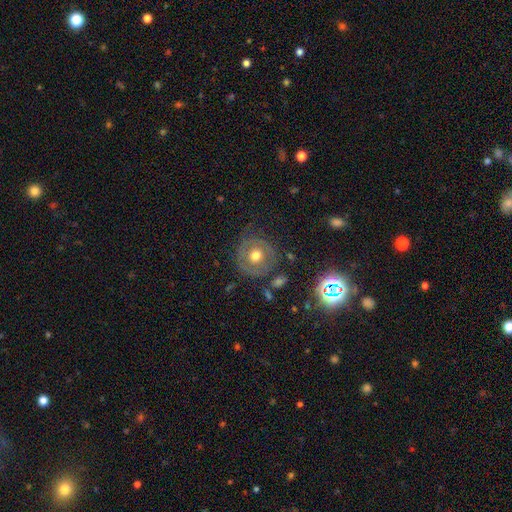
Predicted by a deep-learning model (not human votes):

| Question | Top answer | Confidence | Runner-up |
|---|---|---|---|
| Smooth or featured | smooth | 49% | featured or disk (42%) |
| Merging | none | 72% | minor disturbance (16%) |